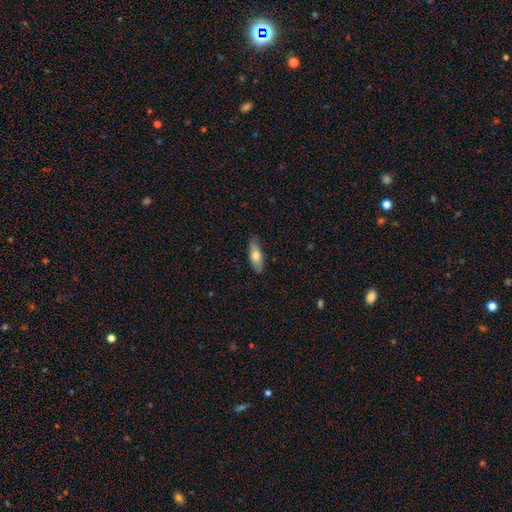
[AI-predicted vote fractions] Smooth or featured?
  - smooth: 69% *
  - featured or disk: 25%
  - star or artifact: 6%
How rounded?
  - in between: 69% *
  - cigar-shaped: 29%
  - round: 2%
Merging?
  - none: 83% *
  - minor disturbance: 14%
  - major disturbance: 2%
  - merger: 1%